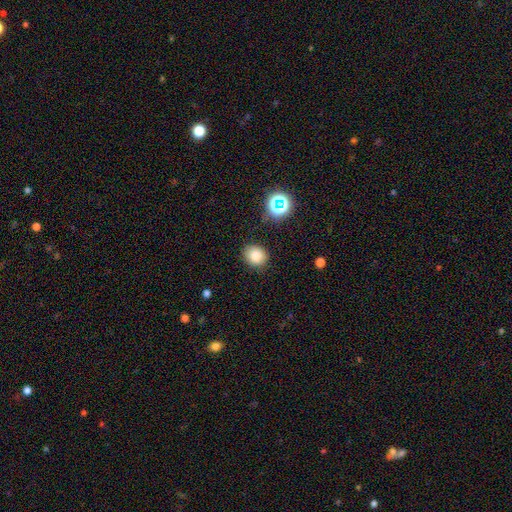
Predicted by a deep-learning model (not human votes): A smooth galaxy with no disk features (81%) that is round (68%). Merging: none (85%).